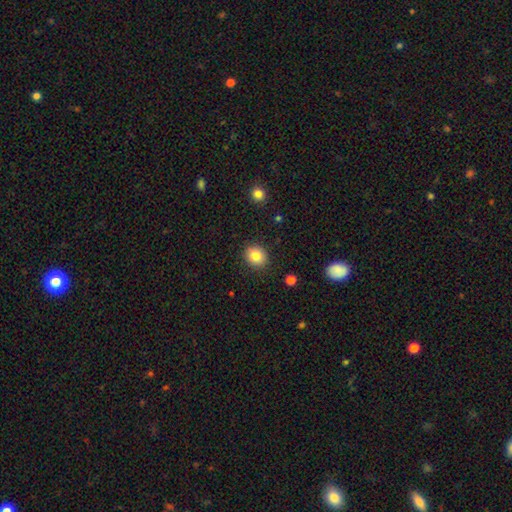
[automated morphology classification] type=smooth (83%); roundness=round (75%); merging=none (89%).